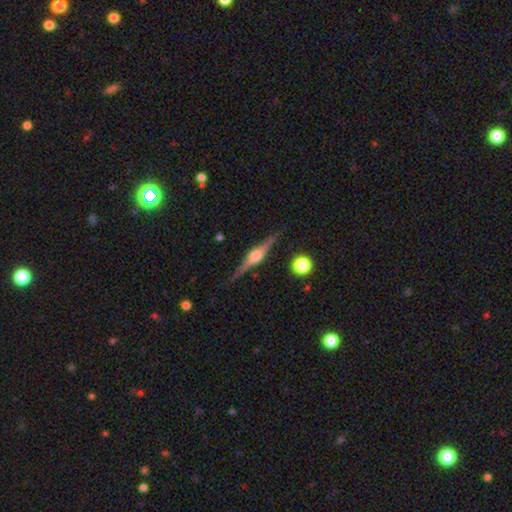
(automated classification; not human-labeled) smooth_or_featured: featured or disk (p=0.84) [alt: smooth p=0.11]
disk_edge_on: yes (p=0.98) [alt: no p=0.02]
edge_on_bulge: rounded (p=0.91) [alt: boxy p=0.08]
merging: none (p=0.89) [alt: minor disturbance p=0.08]